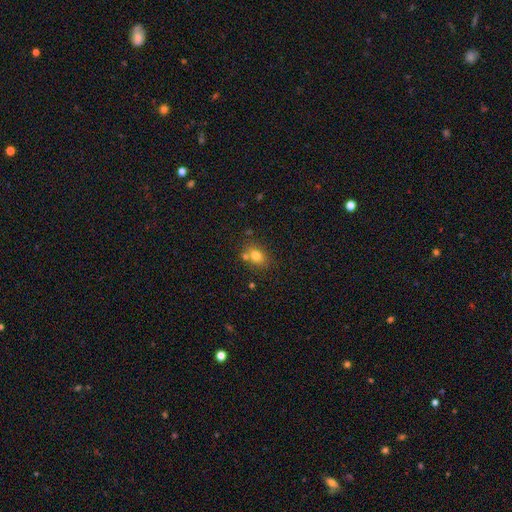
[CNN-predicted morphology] Q: Smooth or featured?
A: smooth (77%); runner-up: star or artifact (13%)
Q: How rounded?
A: in between (56%); runner-up: round (42%)
Q: Merging?
A: none (62%); runner-up: merger (21%)